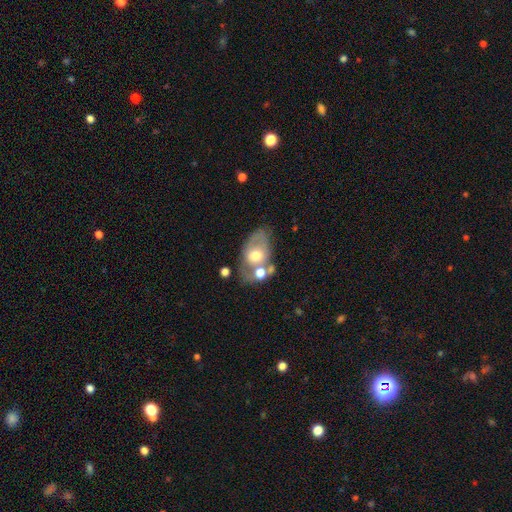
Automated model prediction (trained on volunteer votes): This is possibly a smooth galaxy (48%). Merging: marginally none (42%).